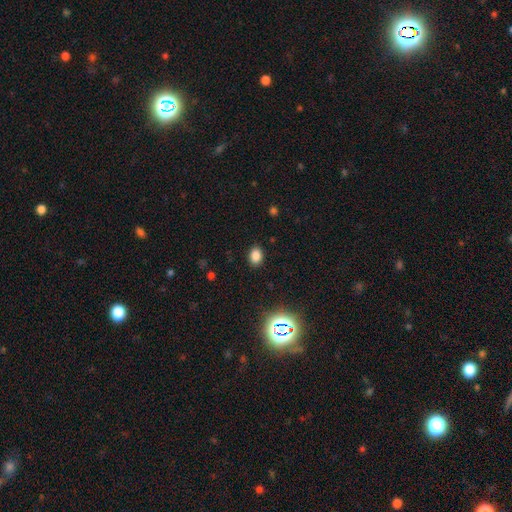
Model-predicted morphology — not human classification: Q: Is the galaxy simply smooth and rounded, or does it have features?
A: smooth — 81%.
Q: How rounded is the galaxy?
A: in between — 71%.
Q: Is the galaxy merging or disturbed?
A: none — 88%.